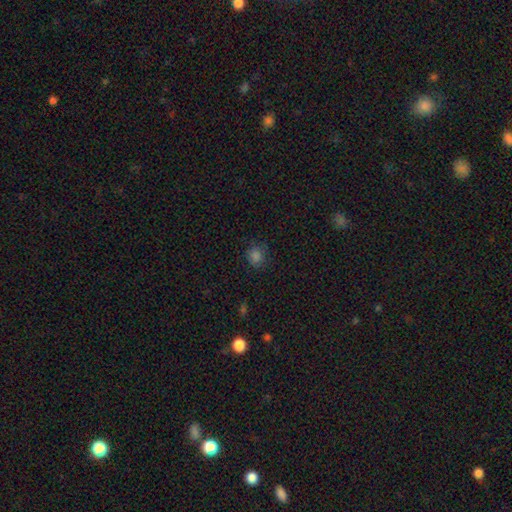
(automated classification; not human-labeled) Smooth or featured?
  - smooth: 79% *
  - star or artifact: 17%
  - featured or disk: 4%
How rounded?
  - round: 80% *
  - in between: 19%
  - cigar-shaped: 1%
Merging?
  - none: 82% *
  - minor disturbance: 13%
  - major disturbance: 4%
  - merger: 1%